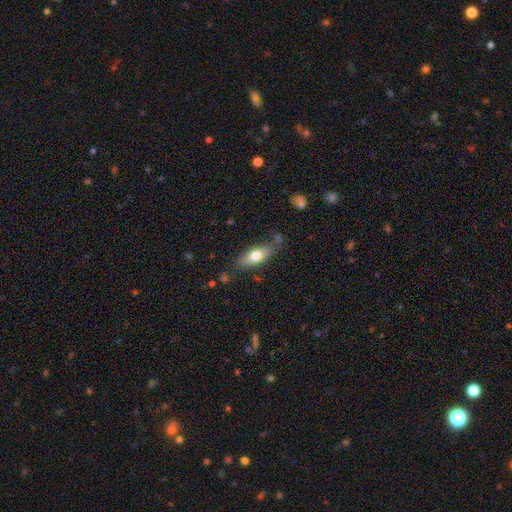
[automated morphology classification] Smooth or featured?
  - smooth: 70% *
  - featured or disk: 24%
  - star or artifact: 7%
How rounded?
  - in between: 75% *
  - cigar-shaped: 22%
  - round: 3%
Merging?
  - none: 73% *
  - minor disturbance: 18%
  - merger: 5%
  - major disturbance: 4%